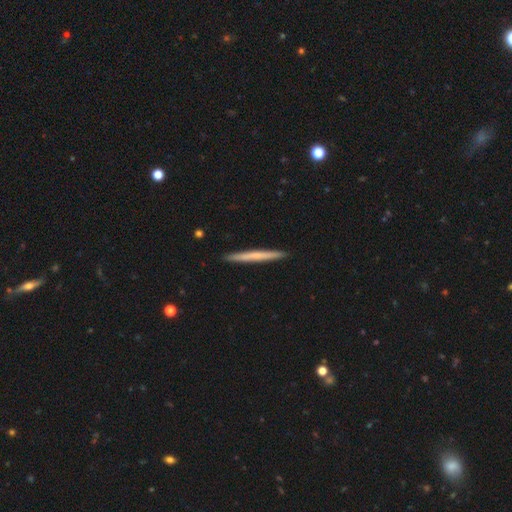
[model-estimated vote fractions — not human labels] smooth-or-featured: smooth: 53% | featured or disk: 42% | star or artifact: 5%
  how-rounded: cigar-shaped: 97% | in between: 1% | round: 1%
  merging: none: 93% | minor disturbance: 5% | major disturbance: 1% | merger: 1%